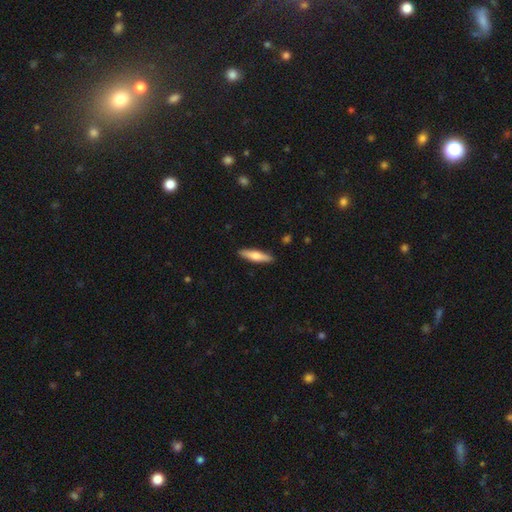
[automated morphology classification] smooth 62%, featured or disk 33%, star or artifact 5%. Down the decision tree: how rounded — cigar-shaped (78%); merging — none (90%).